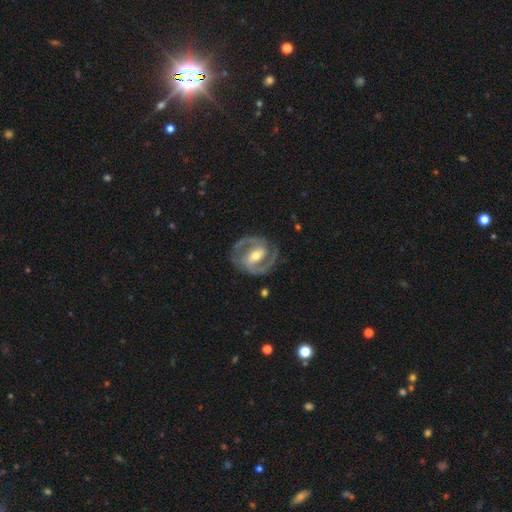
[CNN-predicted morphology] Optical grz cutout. It shows a featured or disk galaxy (88%) with a strong bar (44%), 2 (90%) medium (50%) spiral arms (95%) and a moderate central bulge (63%). Merging: none (81%).